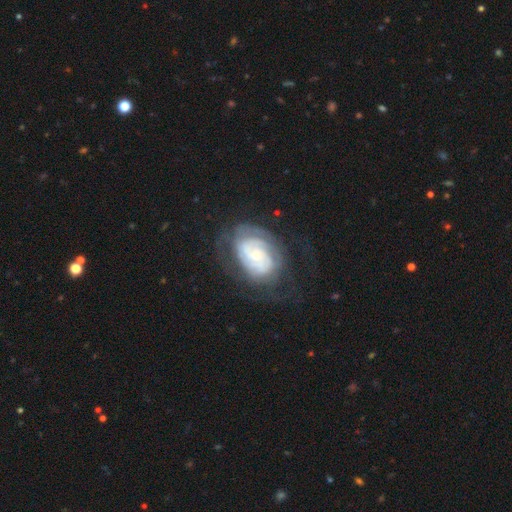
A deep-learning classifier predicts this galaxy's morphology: type=featured or disk (77%); edge-on=no (97%); bar=no (69%); spiral arms=yes (90%); winding=tight (66%); arm count=can't tell (43%); bulge=small (67%); merging=none (60%).